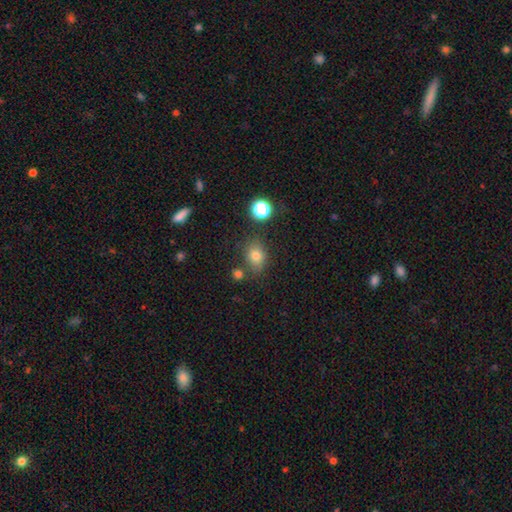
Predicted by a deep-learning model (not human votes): A smooth galaxy with no disk features (76%) that is in between round and cigar-shaped (54%). Merging: none (73%).